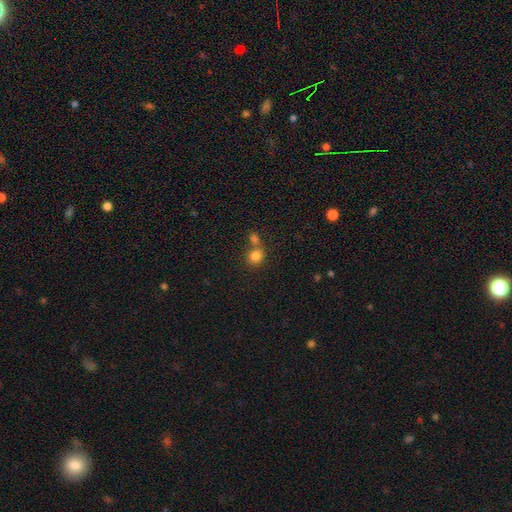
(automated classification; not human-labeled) smooth 82%, star or artifact 11%, featured or disk 6%. Down the decision tree: how rounded — round (80%); merging — none (54%).